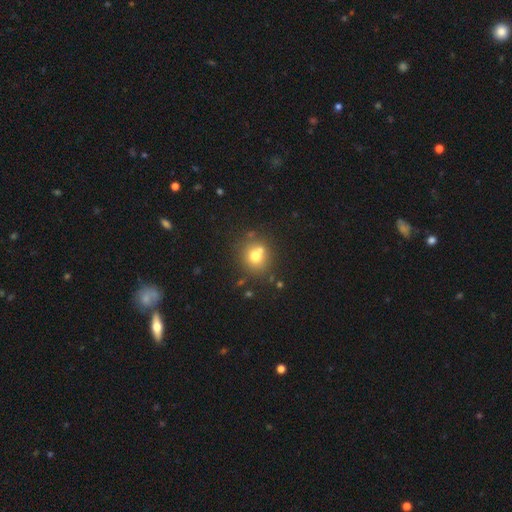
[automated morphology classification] A smooth galaxy with no disk features (68%) that is round (83%).

Vote fractions:
- Smooth or featured? smooth: 68% / featured or disk: 17% / star or artifact: 15%
- How rounded? round: 83% / in between: 16% / cigar-shaped: 1%
- Merging? none: 62% / merger: 24% / minor disturbance: 11% / major disturbance: 4%